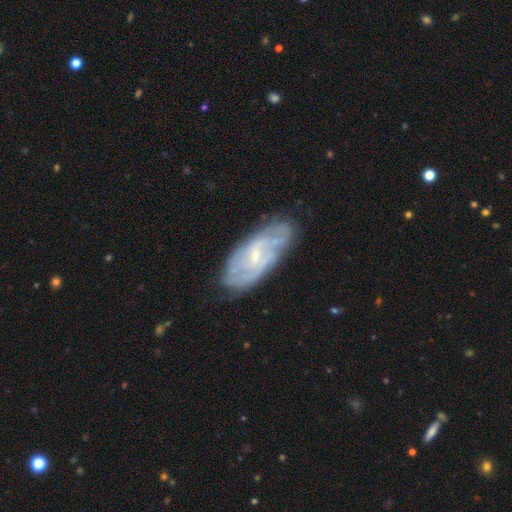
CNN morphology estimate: type=featured or disk (71%); edge-on=no (91%); bar=weak (47%); spiral arms=yes (78%); winding=tight (46%); arm count=can't tell (52%); bulge=small (68%); merging=none (72%).